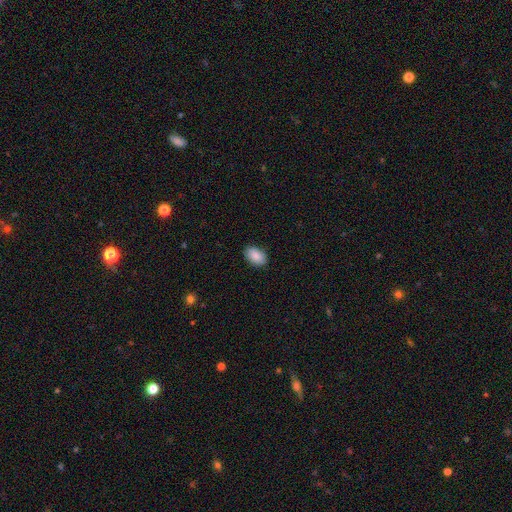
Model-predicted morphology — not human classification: smooth_or_featured: smooth (p=0.89) [alt: star or artifact p=0.07]
how_rounded: in between (p=0.91) [alt: round p=0.07]
merging: none (p=0.89) [alt: minor disturbance p=0.08]